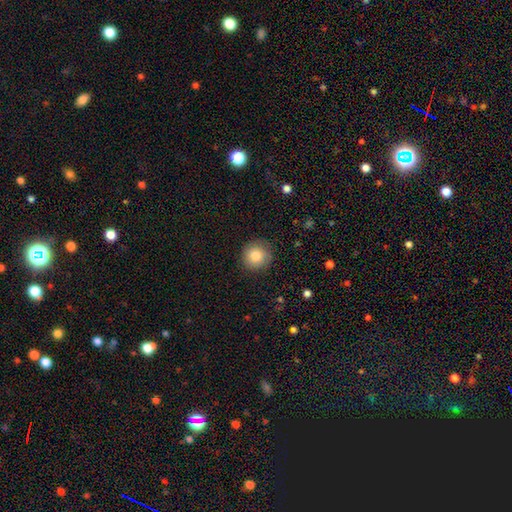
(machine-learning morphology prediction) Smooth or featured? Predicted: smooth (p=0.82). How rounded? Predicted: round (p=0.93). Merging? Predicted: none (p=0.86).